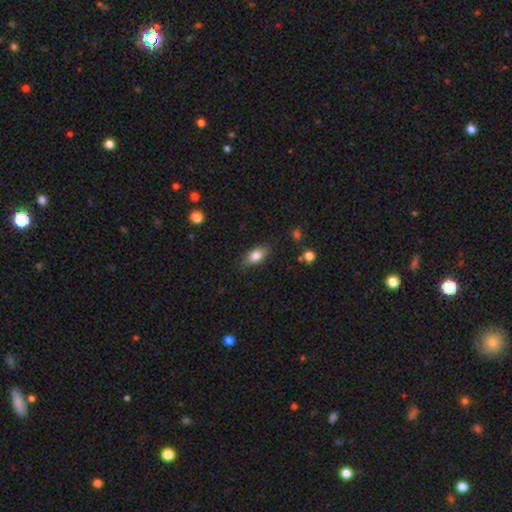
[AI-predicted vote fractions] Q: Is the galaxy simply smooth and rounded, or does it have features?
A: smooth — 81%.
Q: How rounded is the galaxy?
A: in between — 85%.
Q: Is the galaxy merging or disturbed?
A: none — 82%.